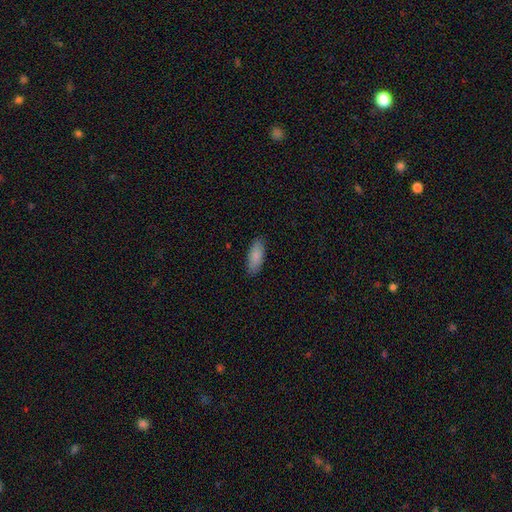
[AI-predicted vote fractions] Smooth or featured?
  - smooth: 88% *
  - featured or disk: 7%
  - star or artifact: 6%
How rounded?
  - in between: 79% *
  - cigar-shaped: 19%
  - round: 2%
Merging?
  - none: 87% *
  - minor disturbance: 10%
  - major disturbance: 2%
  - merger: 1%